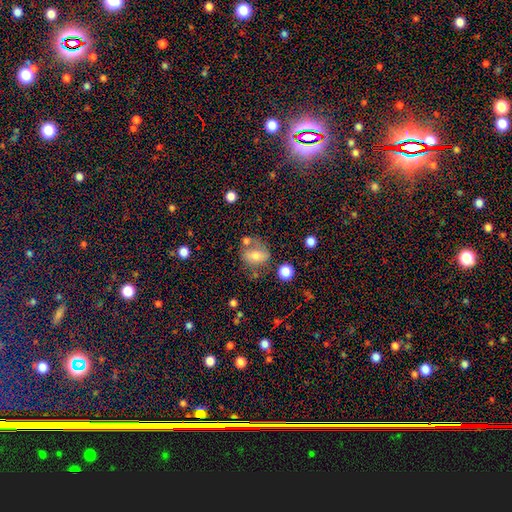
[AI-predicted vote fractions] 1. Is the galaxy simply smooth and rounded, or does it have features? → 57% smooth, 29% featured or disk, 14% star or artifact.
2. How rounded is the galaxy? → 56% in between, 41% round, 3% cigar-shaped.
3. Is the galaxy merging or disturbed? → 56% none, 20% minor disturbance, 14% merger, 10% major disturbance.